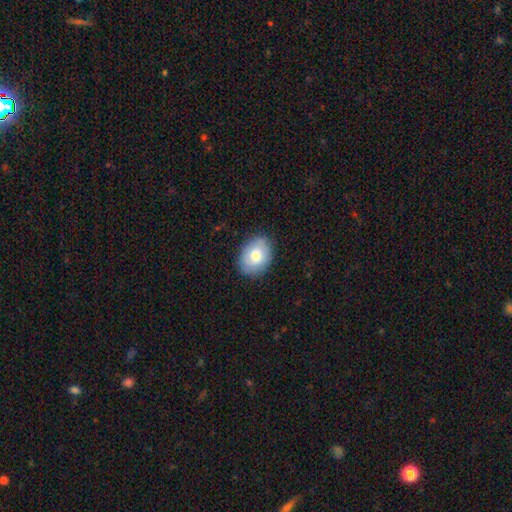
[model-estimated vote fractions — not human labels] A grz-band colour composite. It shows a smooth galaxy with no disk features (67%) that is in between round and cigar-shaped (66%). Merging: none (81%).